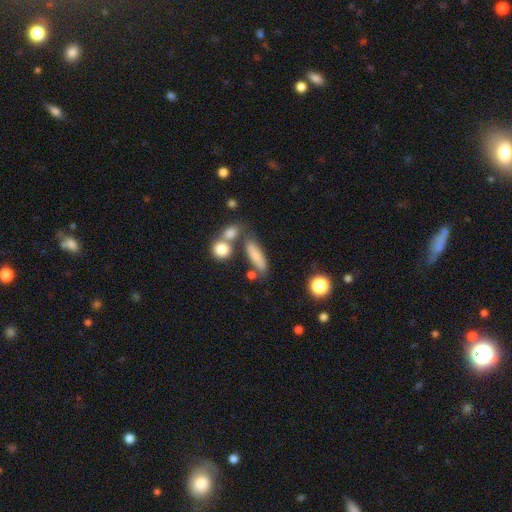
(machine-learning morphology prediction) smooth 78%, featured or disk 13%, star or artifact 9%. Down the decision tree: how rounded — cigar-shaped (52%); merging — none (63%).